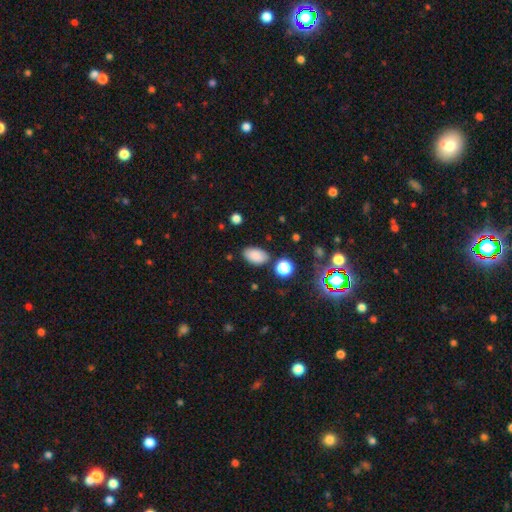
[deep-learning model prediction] This is clearly a smooth galaxy (85%). How rounded: clearly in between (92%). Merging: clearly none (81%).